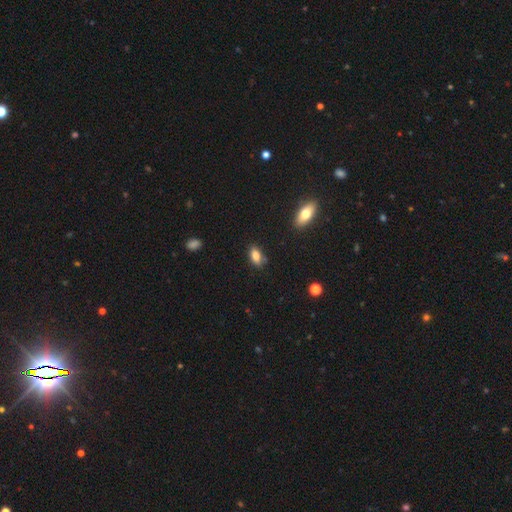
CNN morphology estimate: A smooth galaxy with no disk features (81%) that is in between round and cigar-shaped (87%).

Vote fractions:
- Smooth or featured? smooth: 81% / featured or disk: 11% / star or artifact: 8%
- How rounded? in between: 87% / cigar-shaped: 9% / round: 4%
- Merging? none: 77% / minor disturbance: 15% / merger: 4% / major disturbance: 3%